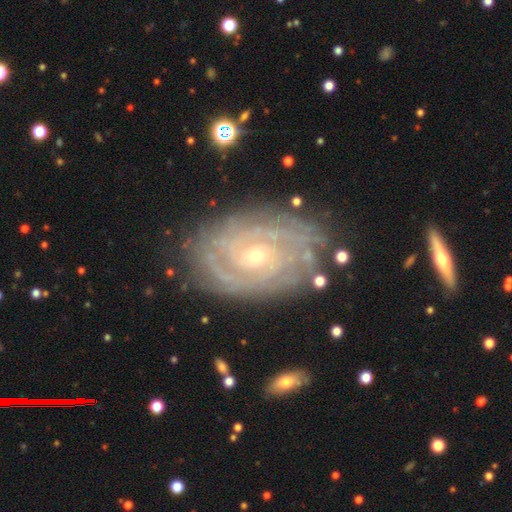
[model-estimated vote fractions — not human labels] Smooth or featured? Predicted: featured or disk (p=0.88). Edge-on disk? Predicted: no (p=0.96). Bar? Predicted: no (p=0.64). Spiral arms? Predicted: yes (p=0.97). Spiral winding? Predicted: tight (p=0.82). Spiral arm count? Predicted: can't tell (p=0.31). Bulge size? Predicted: small (p=0.63). Merging? Predicted: none (p=0.78).